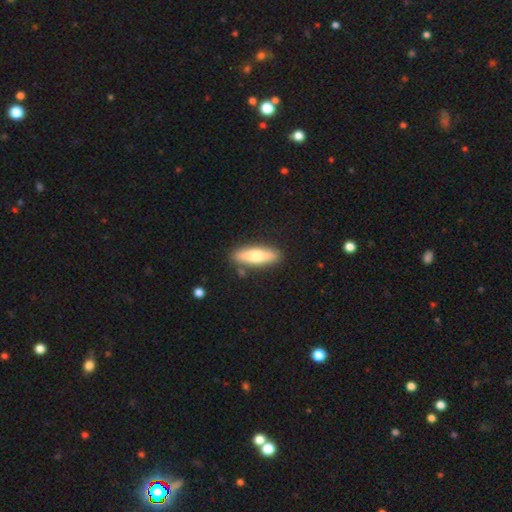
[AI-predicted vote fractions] Overall: smooth (67%; featured or disk 27%). How rounded: cigar-shaped (60%; in between 38%). Merging: none (85%).